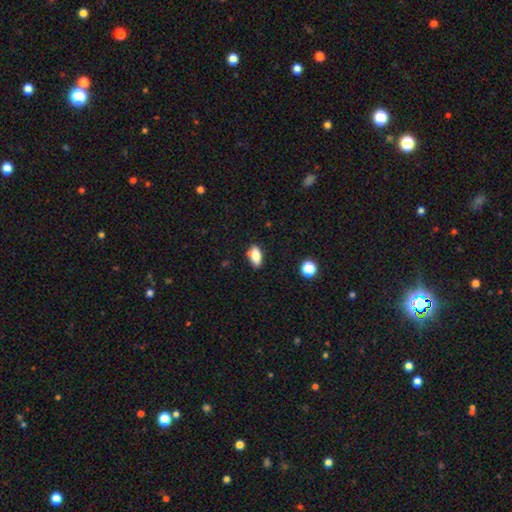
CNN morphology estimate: Overall: smooth (76%). How rounded: in between (84%). Merging: none (74%).